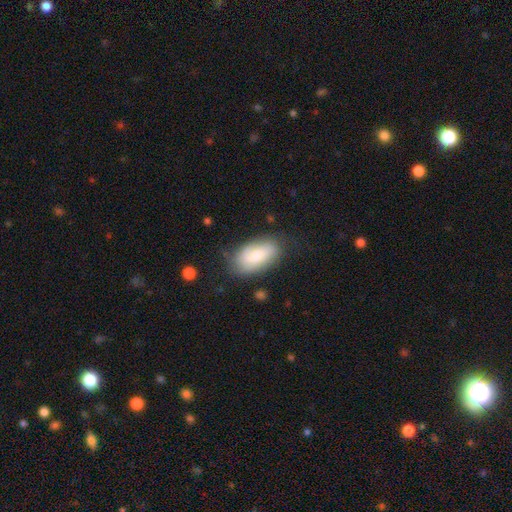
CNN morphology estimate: type=smooth (69%); roundness=in between (93%); merging=none (70%).